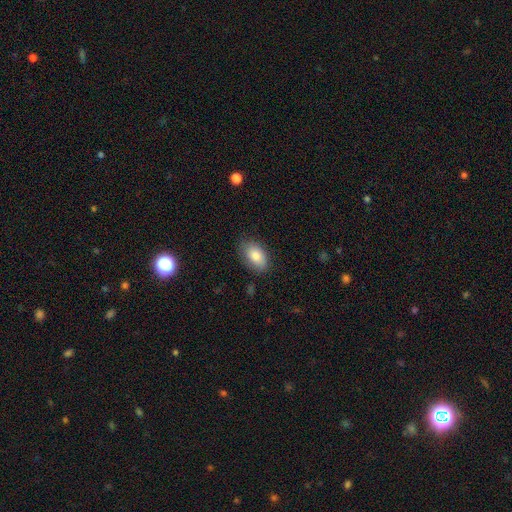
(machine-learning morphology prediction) This is clearly a smooth galaxy (82%). How rounded: clearly in between (91%). Merging: likely none (78%).